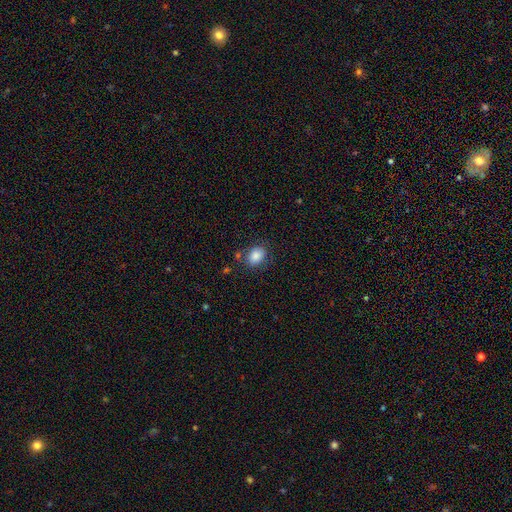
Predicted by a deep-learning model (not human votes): A smooth galaxy with no disk features (86%) that is in between round and cigar-shaped (71%). Merging: none (78%).